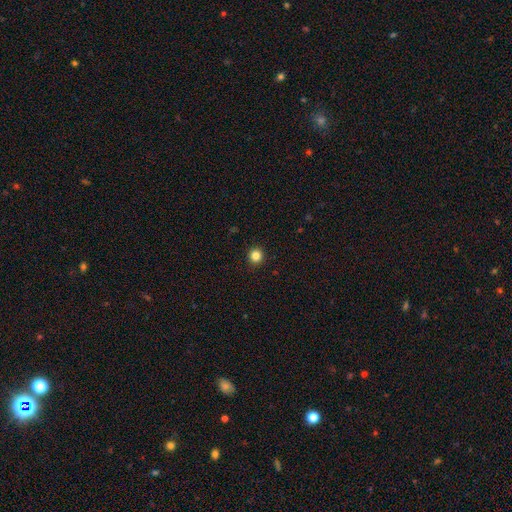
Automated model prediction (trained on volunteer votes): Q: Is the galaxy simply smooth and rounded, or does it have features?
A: smooth — 84%.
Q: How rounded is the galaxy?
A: round — 94%.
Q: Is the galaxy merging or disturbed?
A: none — 93%.